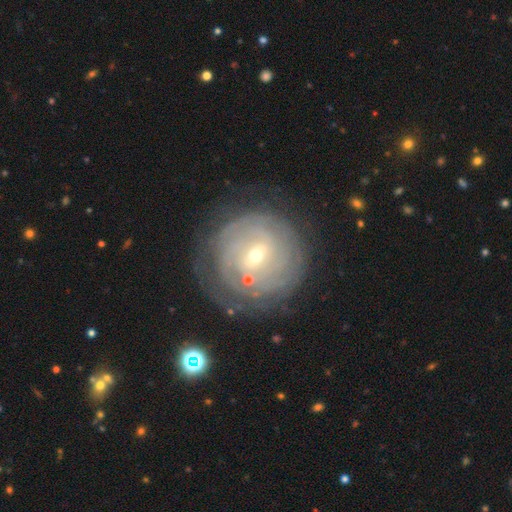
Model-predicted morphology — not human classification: Smooth or featured?
  - featured or disk: 78% *
  - smooth: 15%
  - star or artifact: 7%
Edge-on disk?
  - no: 97% *
  - yes: 3%
Bar?
  - weak: 50% *
  - no: 34%
  - strong: 16%
Spiral arms?
  - yes: 88% *
  - no: 12%
Spiral winding?
  - tight: 81% *
  - medium: 15%
  - loose: 4%
Spiral arm count?
  - can't tell: 52% *
  - 2: 16%
  - 3: 10%
  - 4: 10%
  - more than 4: 6%
  - 1: 5%
Bulge size?
  - small: 70% *
  - moderate: 27%
  - large: 1%
  - none: 1%
  - dominant: 1%
Merging?
  - none: 75% *
  - minor disturbance: 15%
  - major disturbance: 7%
  - merger: 3%